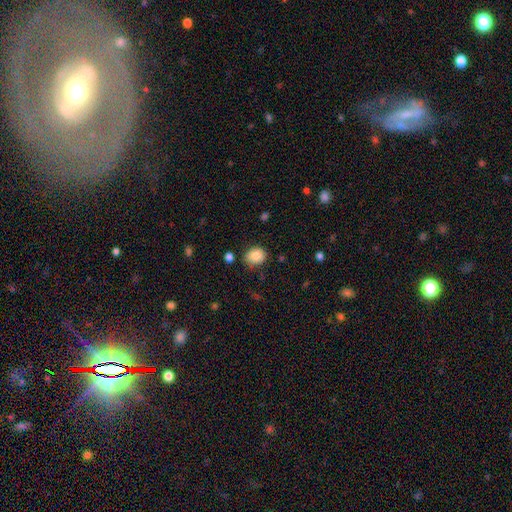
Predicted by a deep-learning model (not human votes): smooth-or-featured: smooth: 86% | star or artifact: 9% | featured or disk: 6%
  how-rounded: round: 60% | in between: 39% | cigar-shaped: 1%
  merging: none: 77% | minor disturbance: 16% | major disturbance: 4% | merger: 3%